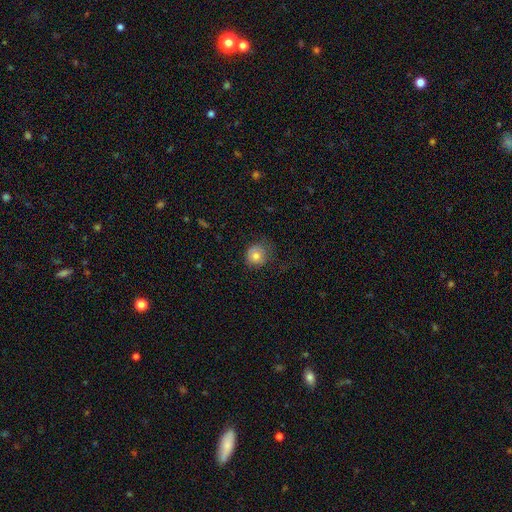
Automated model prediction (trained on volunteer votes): smooth 78%, featured or disk 12%, star or artifact 10%. Down the decision tree: how rounded — round (85%); merging — none (64%).